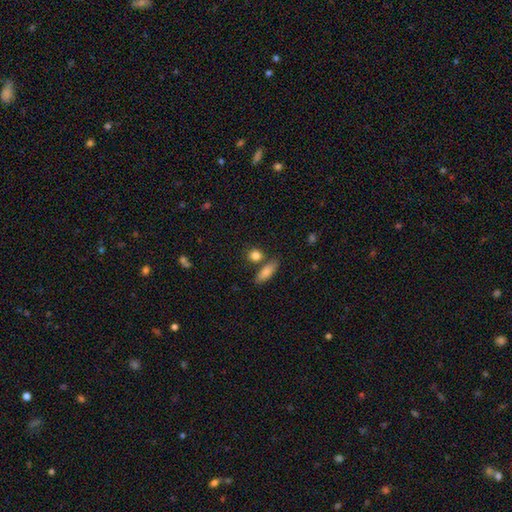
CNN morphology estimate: type=smooth (84%); roundness=round (67%); merging=none (69%).